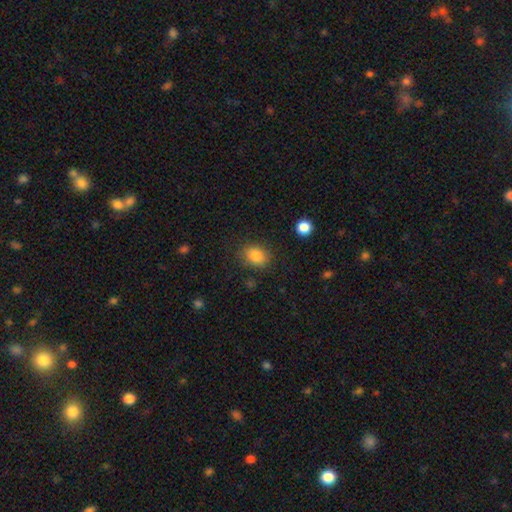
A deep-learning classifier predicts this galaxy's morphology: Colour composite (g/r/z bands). It shows a smooth galaxy with no disk features (84%) that is in between round and cigar-shaped (52%). Merging: none (80%).